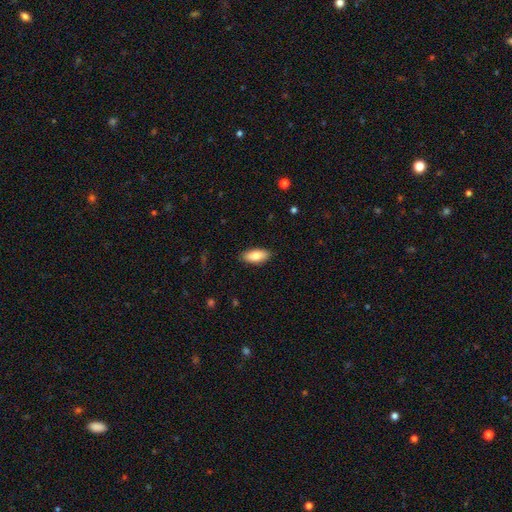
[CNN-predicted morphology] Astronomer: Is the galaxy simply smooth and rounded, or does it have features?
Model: smooth — 82%.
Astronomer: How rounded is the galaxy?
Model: in between — 86%.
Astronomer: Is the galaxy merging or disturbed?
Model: none — 88%.